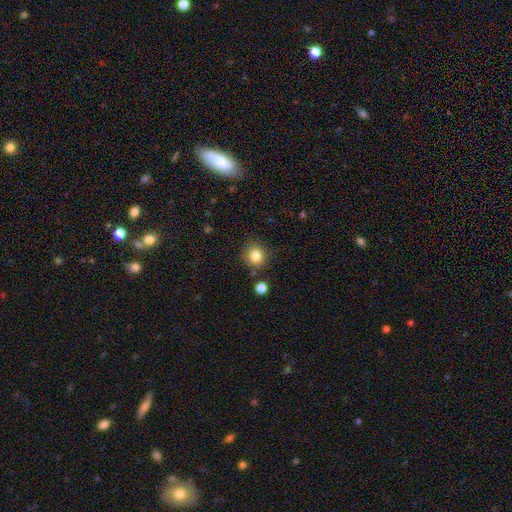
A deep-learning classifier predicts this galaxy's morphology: Smooth or featured? smooth (82%)
How rounded? round (85%)
Merging? none (84%)